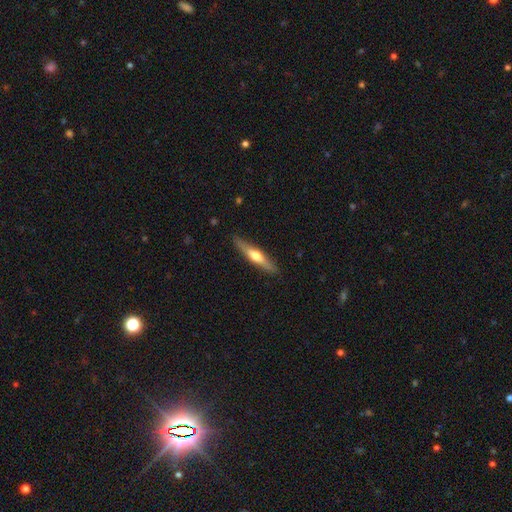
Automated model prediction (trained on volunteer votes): Smooth or featured?
  - featured or disk: 52% *
  - smooth: 43%
  - star or artifact: 5%
Edge-on disk?
  - yes: 93% *
  - no: 7%
Merging?
  - none: 88% *
  - minor disturbance: 9%
  - major disturbance: 2%
  - merger: 1%